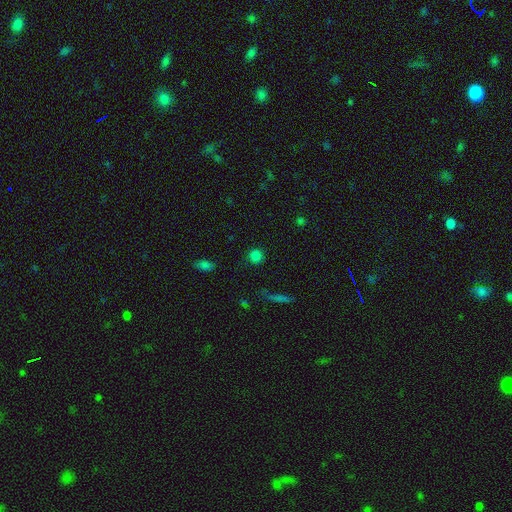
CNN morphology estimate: type=smooth (82%); roundness=round (91%); merging=none (87%).